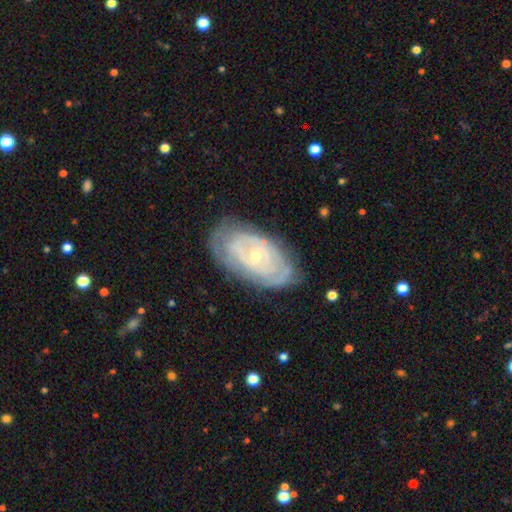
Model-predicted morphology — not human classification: Overall: featured or disk (80%). Edge-on disk: no (94%). Bar: no (60%; weak 30%). Spiral arms: yes (84%). Spiral arm count: can't tell (52%; 2 25%). Spiral winding: tight (76%). Bulge size: small (74%). Merging: none (73%).